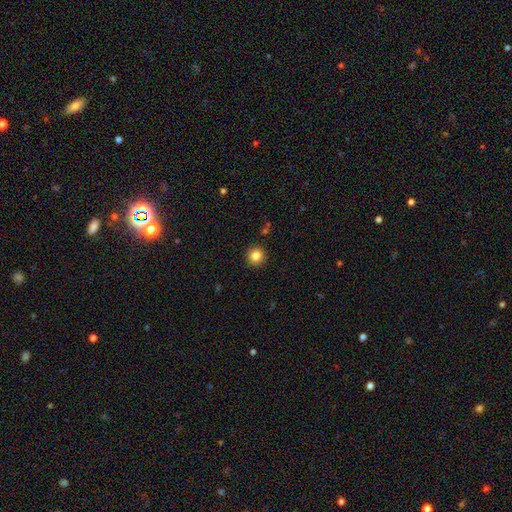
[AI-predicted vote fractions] This appears to be a smooth galaxy with no disk features (83%) that is round (94%). Merging: none (92%).